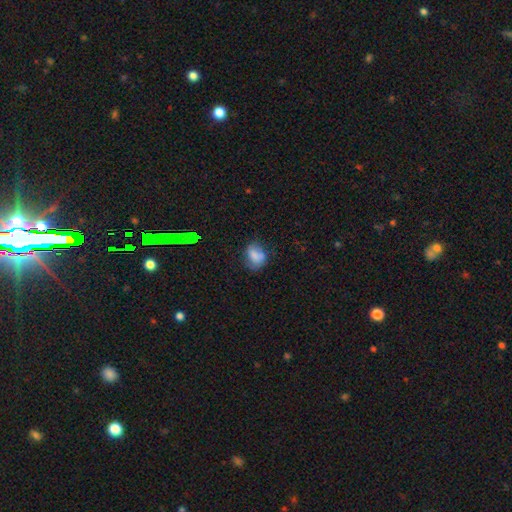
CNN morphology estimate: Smooth or featured? smooth (73%)
How rounded? in between (63%)
Merging? none (52%)